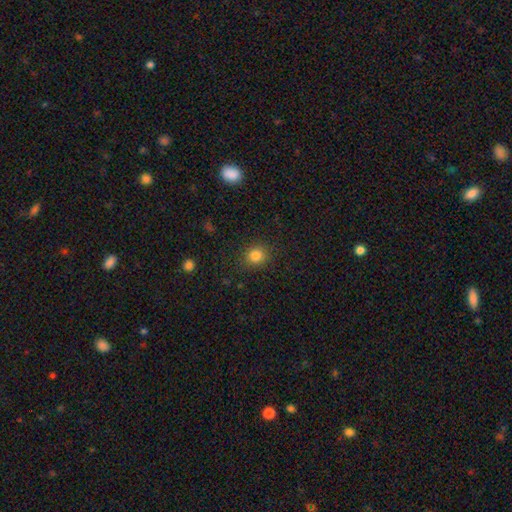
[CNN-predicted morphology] This is clearly a smooth galaxy (83%). How rounded: clearly round (84%). Merging: clearly none (88%).